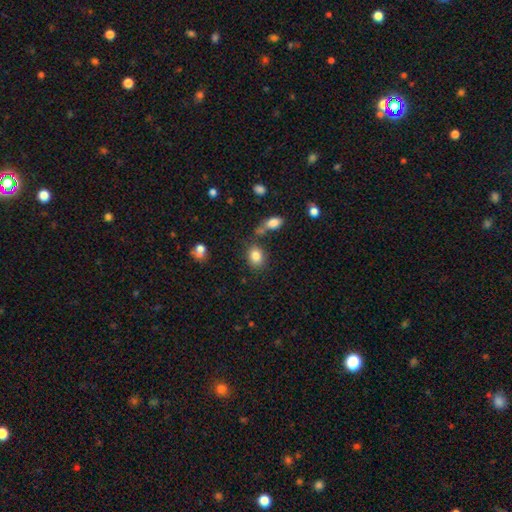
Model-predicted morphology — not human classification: Smooth or featured? smooth (83%)
How rounded? in between (59%)
Merging? none (71%)